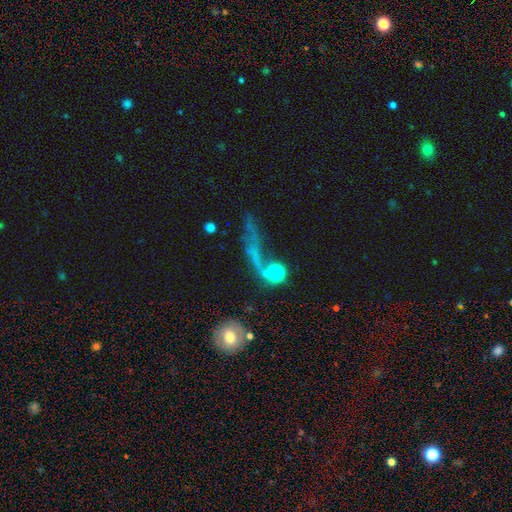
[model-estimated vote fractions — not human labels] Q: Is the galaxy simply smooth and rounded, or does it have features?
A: featured or disk — 40%.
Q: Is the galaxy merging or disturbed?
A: major disturbance — 41%.